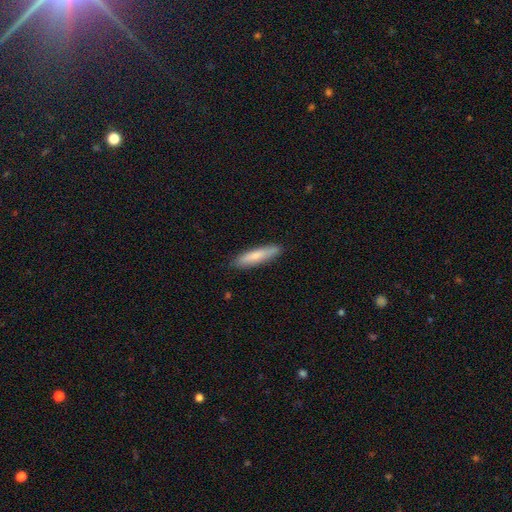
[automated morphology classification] Overall: smooth (76%). How rounded: cigar-shaped (84%). Merging: none (87%).